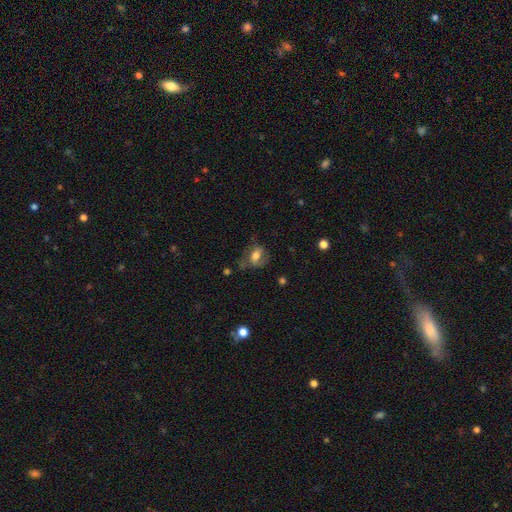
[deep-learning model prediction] Smooth or featured? smooth (54%)
How rounded? in between (72%)
Merging? none (47%)